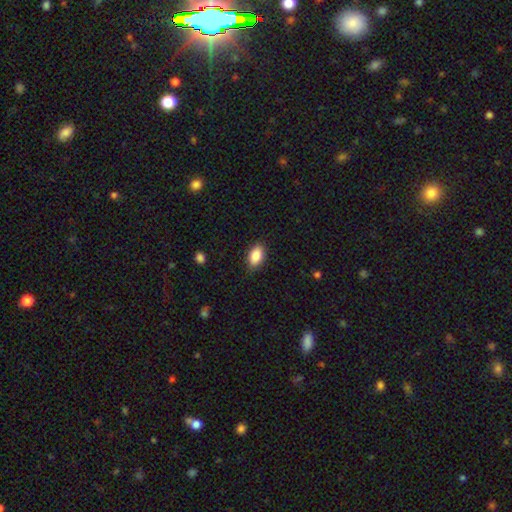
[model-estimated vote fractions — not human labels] Smooth or featured? smooth (87%)
How rounded? in between (91%)
Merging? none (85%)